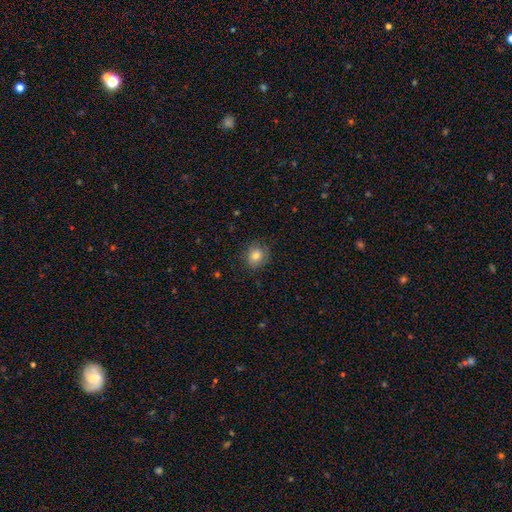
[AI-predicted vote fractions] The model was most divided on "how rounded": round: 75%, in between: 25%, cigar-shaped: 1%. More confident: merging — none (78%); smooth or featured — smooth (77%).